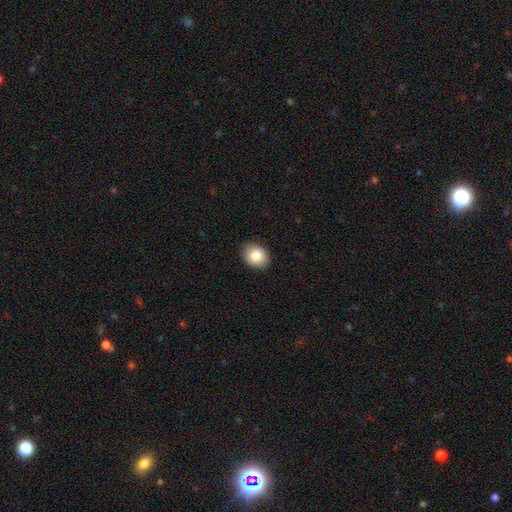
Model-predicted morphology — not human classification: Overall: smooth (84%). How rounded: round (50%, tied with in between). Merging: none (88%).